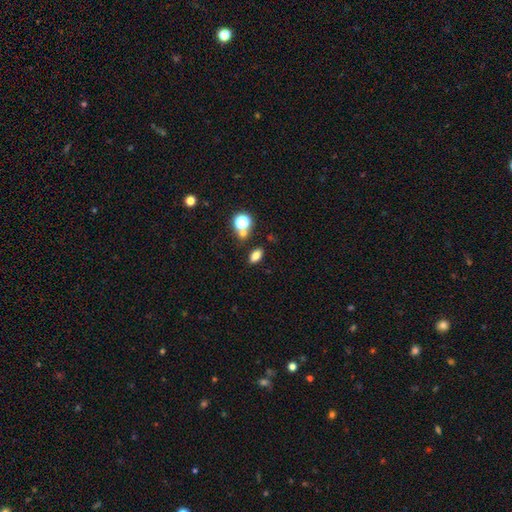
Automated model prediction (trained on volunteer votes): This is likely a smooth galaxy (77%). How rounded: clearly in between (82%). Merging: clearly none (80%).